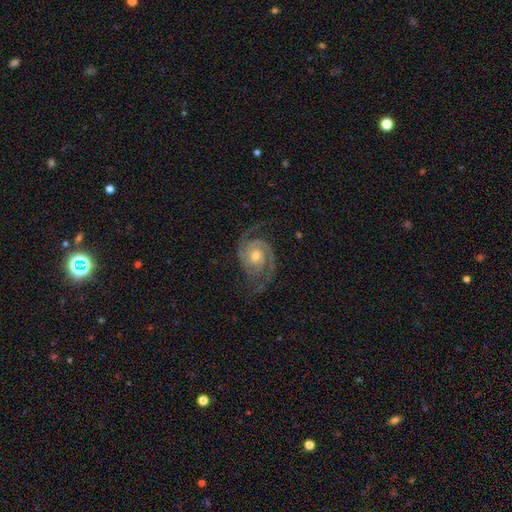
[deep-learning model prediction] featured or disk 92%, star or artifact 4%, smooth 3%. Down the decision tree: edge-on disk — no (98%); bar — no (67%); spiral arms — yes (99%); spiral arm count — 2 (86%); spiral winding — tight (51%); bulge size — moderate (64%); merging — none (77%).